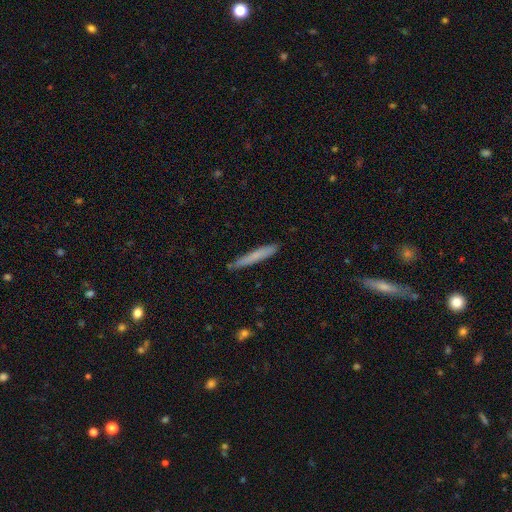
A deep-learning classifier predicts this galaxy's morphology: Smooth or featured: smooth — 70% (featured or disk — 23%)
How rounded: cigar-shaped — 96% (in between — 3%)
Merging: none — 86% (minor disturbance — 11%)